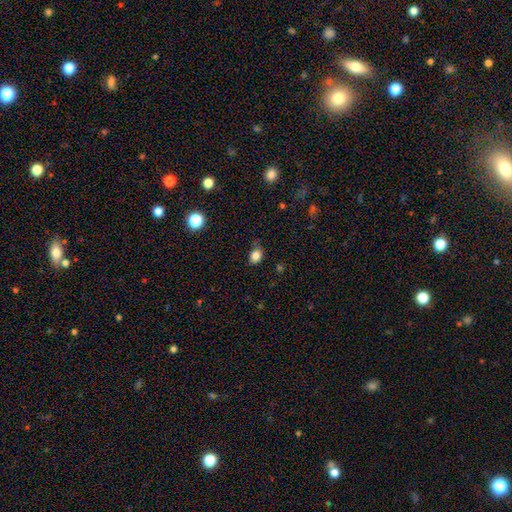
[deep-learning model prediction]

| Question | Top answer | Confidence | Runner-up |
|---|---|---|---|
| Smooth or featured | smooth | 83% | star or artifact (11%) |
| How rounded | in between | 60% | round (39%) |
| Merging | none | 69% | minor disturbance (24%) |